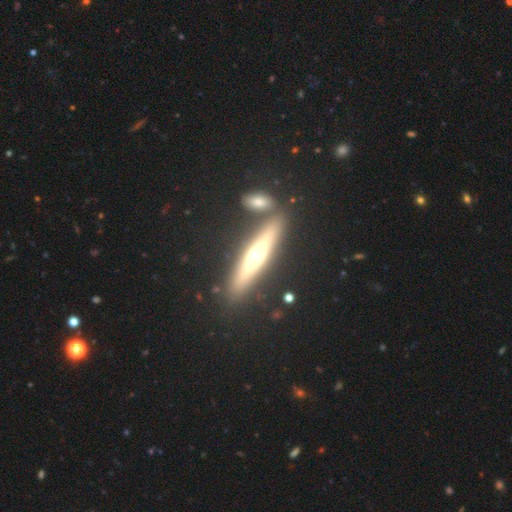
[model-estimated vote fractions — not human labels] This appears to be a featured or disk galaxy (61%) viewed edge-on (91%) with a rounded central bulge (90%). Merging: none (76%).